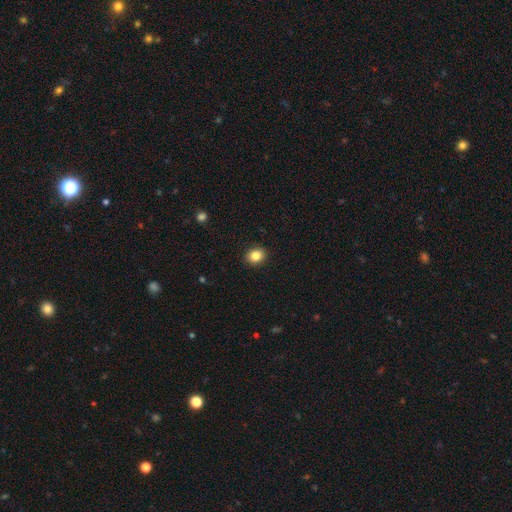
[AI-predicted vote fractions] smooth 85%, star or artifact 10%, featured or disk 6%. Down the decision tree: how rounded — round (62%); merging — none (91%).